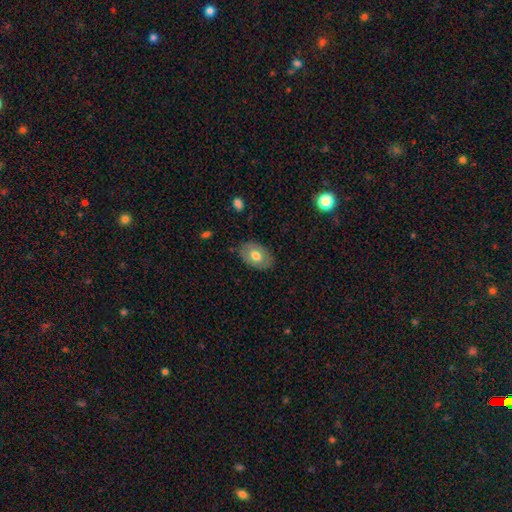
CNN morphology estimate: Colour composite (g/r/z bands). It shows a smooth galaxy with no disk features (67%) that is in between round and cigar-shaped (85%). Merging: none (83%).